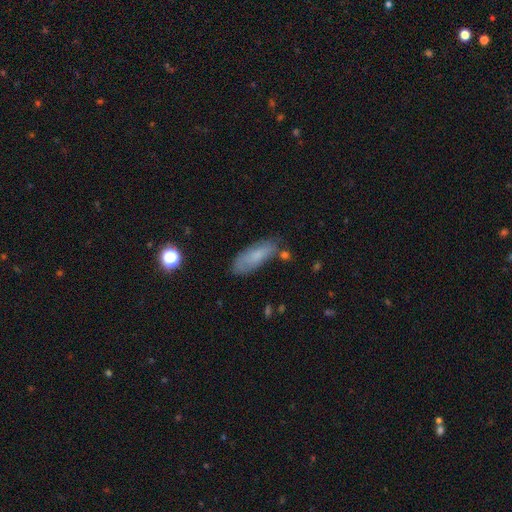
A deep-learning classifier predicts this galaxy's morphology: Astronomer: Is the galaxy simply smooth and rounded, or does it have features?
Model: smooth — 75%.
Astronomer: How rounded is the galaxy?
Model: in between — 66%.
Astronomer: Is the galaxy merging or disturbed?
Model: none — 64%.